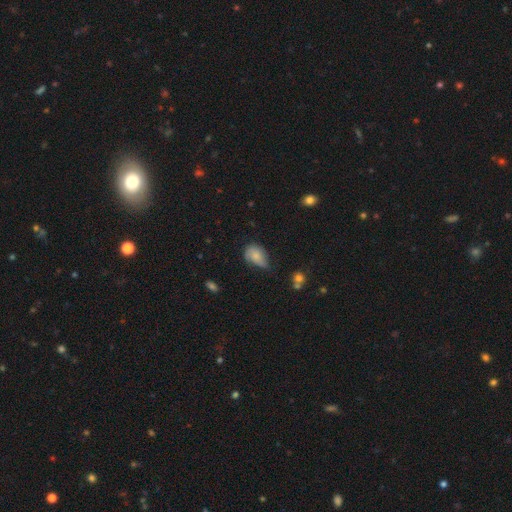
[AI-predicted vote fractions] smooth_or_featured: smooth (p=0.74) [alt: featured or disk p=0.18]
how_rounded: in between (p=0.82) [alt: round p=0.16]
merging: minor disturbance (p=0.47) [alt: none p=0.34]